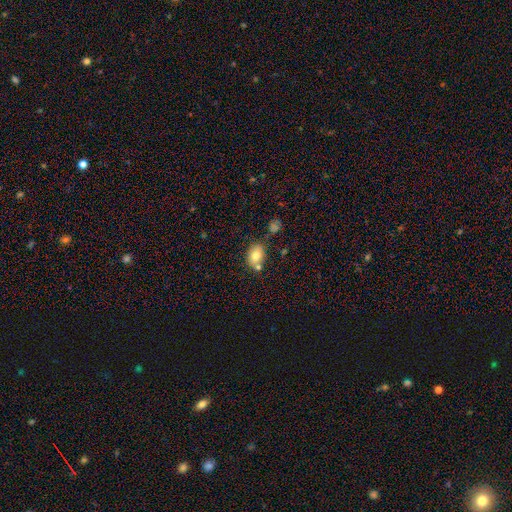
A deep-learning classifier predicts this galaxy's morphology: smooth 77%, featured or disk 13%, star or artifact 9%. Down the decision tree: how rounded — in between (72%); merging — none (63%).